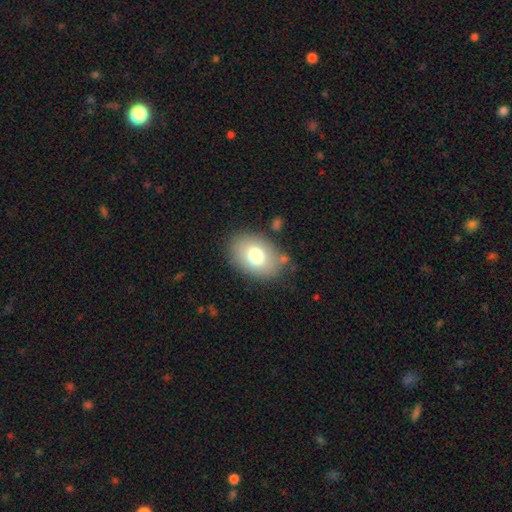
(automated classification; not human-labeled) Smooth or featured? smooth (75%)
How rounded? in between (81%)
Merging? none (80%)